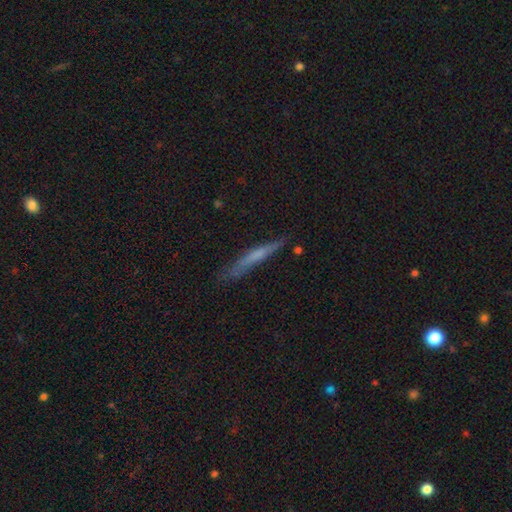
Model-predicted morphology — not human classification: smooth-or-featured: smooth: 50% | featured or disk: 43% | star or artifact: 8%
  merging: none: 75% | minor disturbance: 19% | major disturbance: 4% | merger: 2%